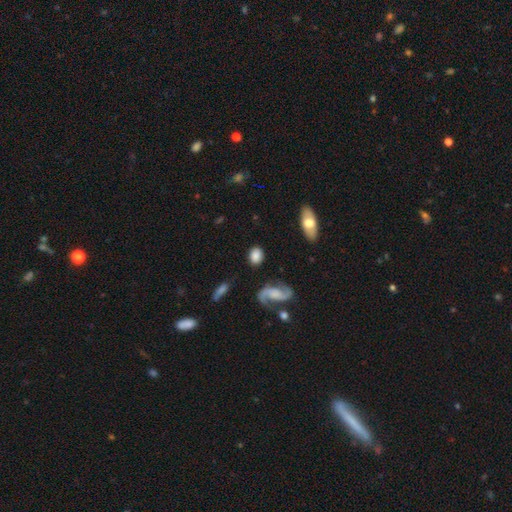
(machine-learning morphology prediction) smooth_or_featured: smooth (p=0.70) [alt: featured or disk p=0.22]
how_rounded: in between (p=0.60) [alt: round p=0.37]
merging: none (p=0.78) [alt: minor disturbance p=0.14]